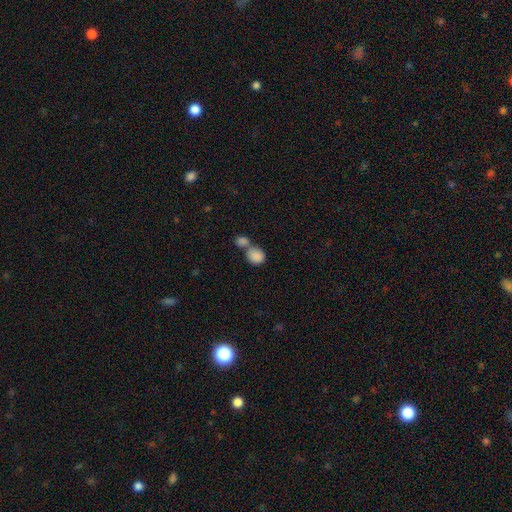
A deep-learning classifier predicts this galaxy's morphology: The model was most divided on "how rounded": round: 57%, in between: 41%, cigar-shaped: 1%. More confident: smooth or featured — smooth (87%); merging — merger (57%).